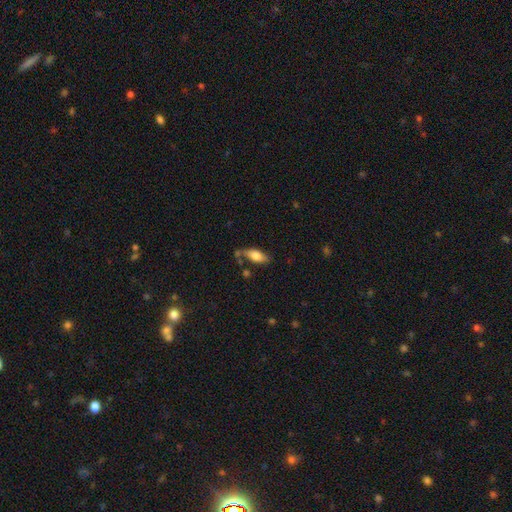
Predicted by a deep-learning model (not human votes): Smooth or featured? Predicted: smooth (p=0.70). How rounded? Predicted: in between (p=0.79). Merging? Predicted: none (p=0.55).